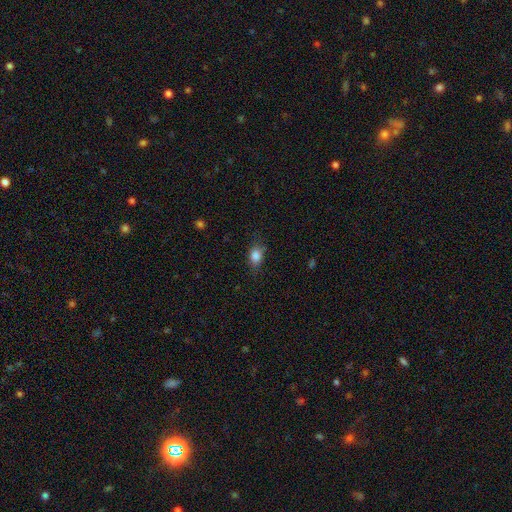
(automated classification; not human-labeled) Smooth or featured? Predicted: smooth (p=0.84). How rounded? Predicted: in between (p=0.69). Merging? Predicted: none (p=0.73).